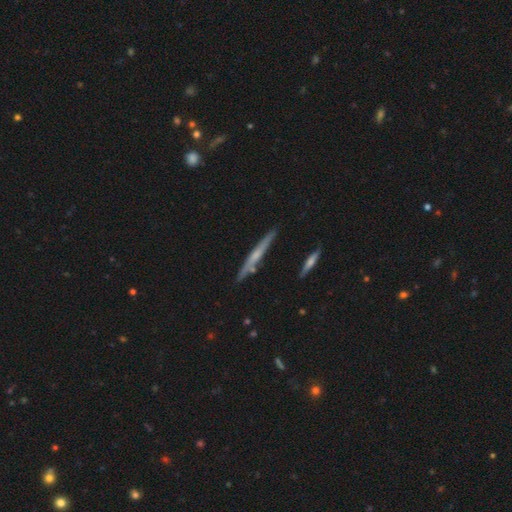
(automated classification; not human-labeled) Morphology: type=featured or disk (56%); edge-on=yes (94%); edge-on bulge=none (53%); merging=none (84%).